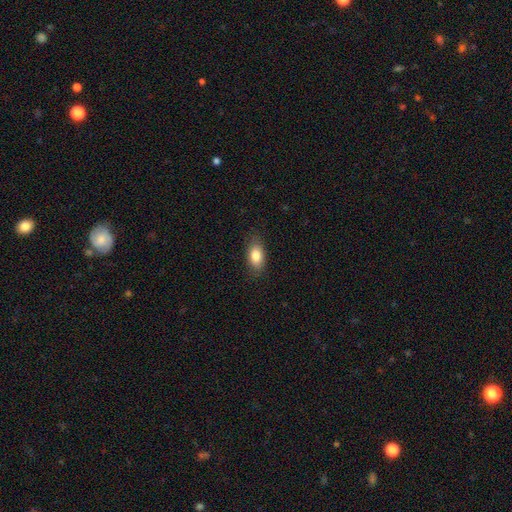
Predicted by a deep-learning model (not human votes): smooth-or-featured: smooth: 83% | featured or disk: 10% | star or artifact: 7%
  how-rounded: in between: 88% | round: 7% | cigar-shaped: 5%
  merging: none: 82% | minor disturbance: 14% | major disturbance: 3% | merger: 1%